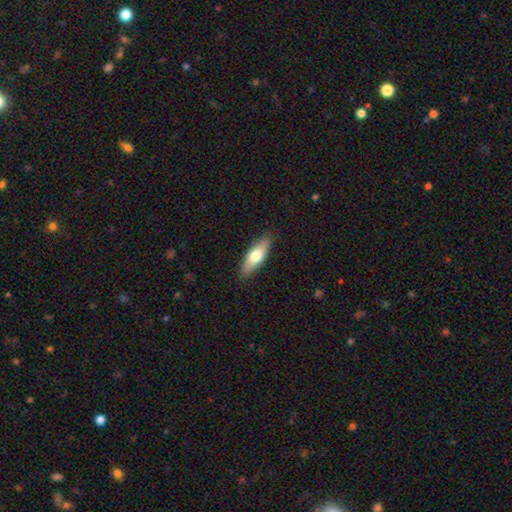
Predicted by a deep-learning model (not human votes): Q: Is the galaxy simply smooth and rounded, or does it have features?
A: smooth — 64%.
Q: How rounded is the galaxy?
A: in between — 55%.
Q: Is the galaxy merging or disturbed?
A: none — 87%.